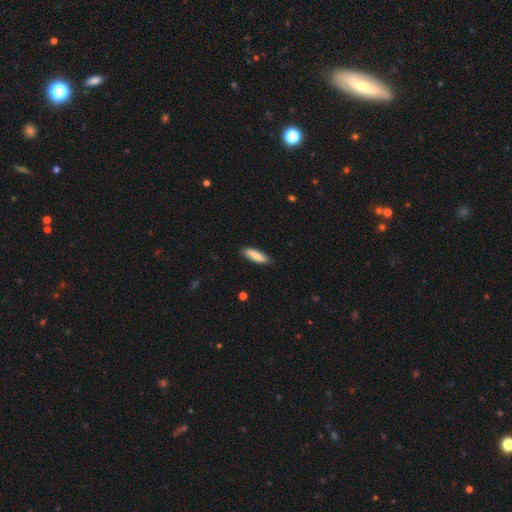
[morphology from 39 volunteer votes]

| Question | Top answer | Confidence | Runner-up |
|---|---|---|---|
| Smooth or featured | smooth | 92% | featured or disk (5%) |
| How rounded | cigar-shaped | 53% | in between (47%) |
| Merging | none | 79% | minor disturbance (16%) |